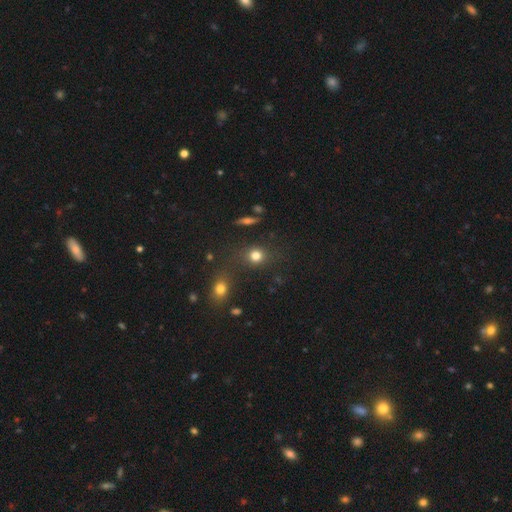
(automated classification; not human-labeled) Smooth or featured? smooth (76%)
How rounded? round (79%)
Merging? none (76%)